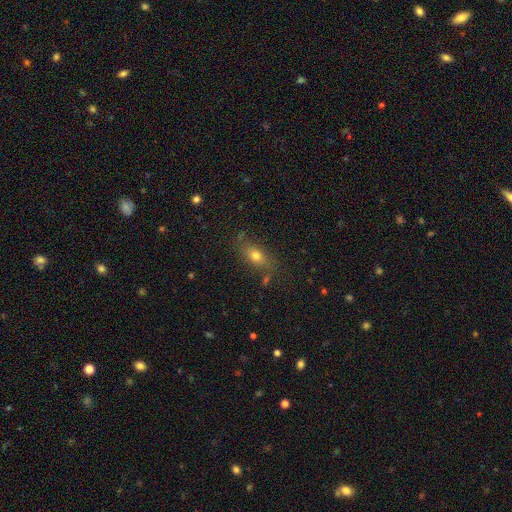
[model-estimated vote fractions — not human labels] smooth 71%, featured or disk 17%, star or artifact 12%. Down the decision tree: how rounded — in between (75%); merging — none (75%).